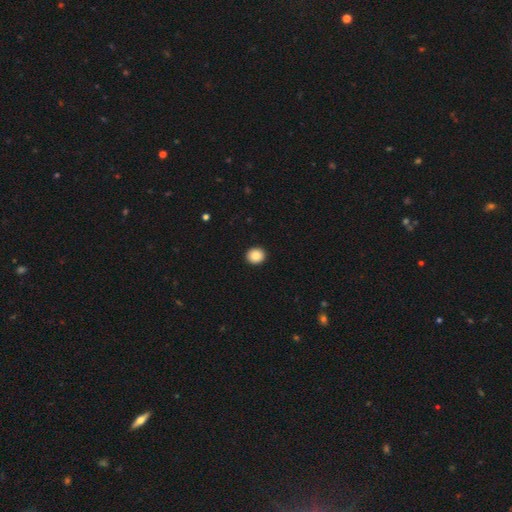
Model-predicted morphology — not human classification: Smooth or featured? Predicted: smooth (p=0.87). How rounded? Predicted: round (p=0.84). Merging? Predicted: none (p=0.93).